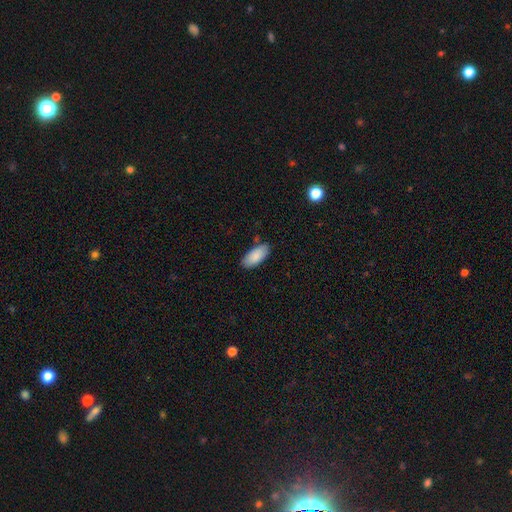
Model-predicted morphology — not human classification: smooth-or-featured: smooth: 88% | star or artifact: 6% | featured or disk: 6%
  how-rounded: in between: 91% | cigar-shaped: 8% | round: 2%
  merging: none: 83% | minor disturbance: 12% | major disturbance: 2% | merger: 2%